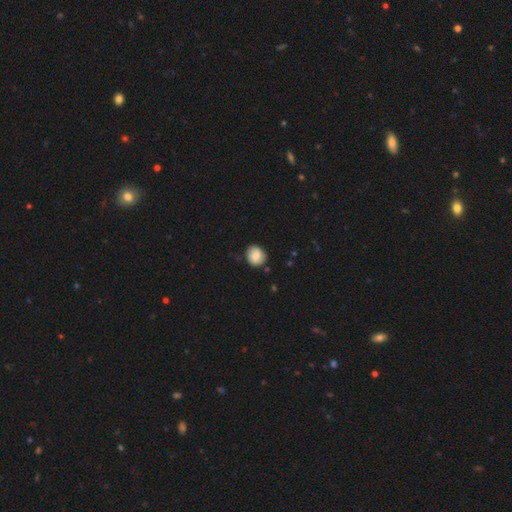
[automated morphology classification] smooth-or-featured: smooth: 79% | featured or disk: 13% | star or artifact: 8%
  how-rounded: round: 77% | in between: 22% | cigar-shaped: 1%
  merging: none: 81% | minor disturbance: 15% | major disturbance: 3% | merger: 2%